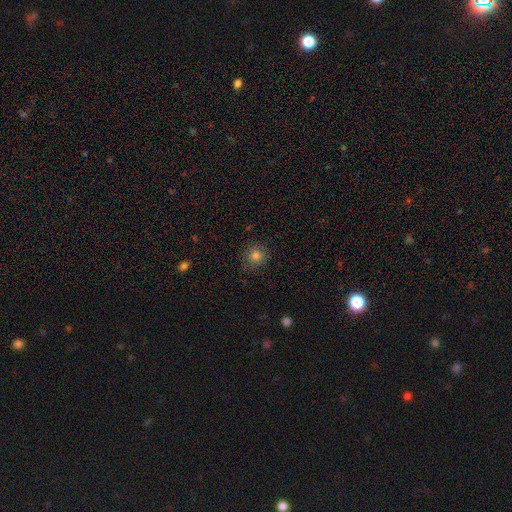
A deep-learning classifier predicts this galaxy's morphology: A smooth galaxy with no disk features (81%) that is round (90%). Merging: none (86%).